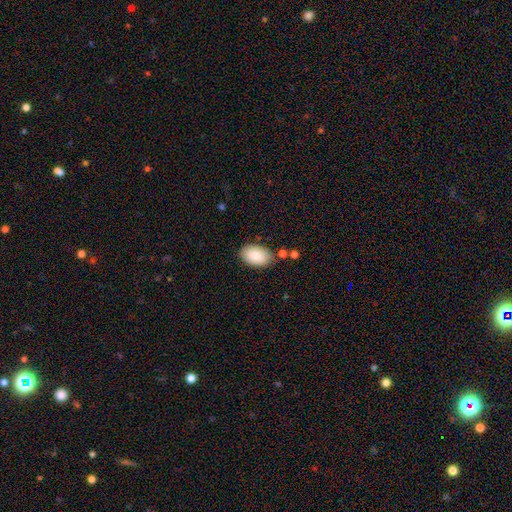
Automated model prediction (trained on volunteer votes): Morphology: type=smooth (86%); roundness=in between (93%); merging=none (79%).